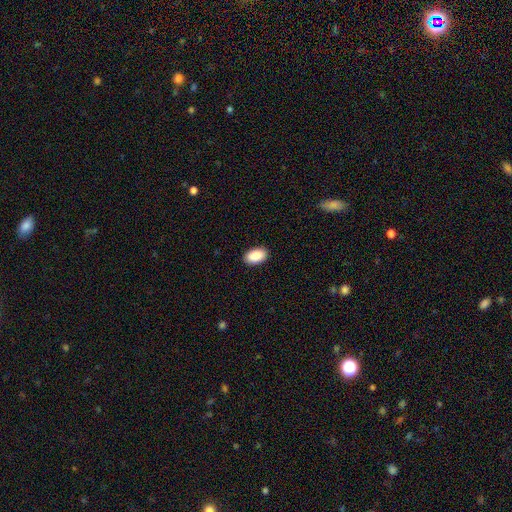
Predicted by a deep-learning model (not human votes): A smooth galaxy with no disk features (90%) that is in between round and cigar-shaped (94%). Merging: none (90%).